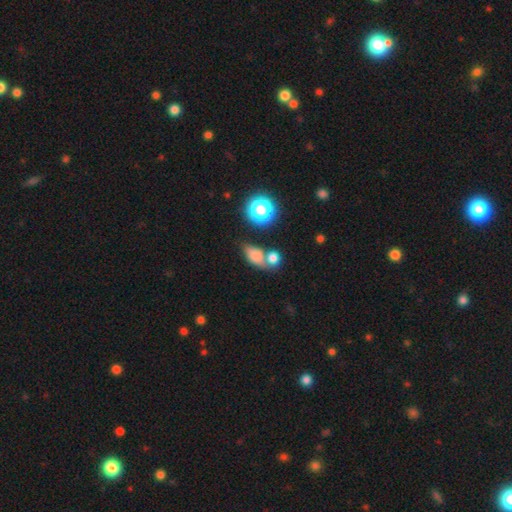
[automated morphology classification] smooth 72%, star or artifact 16%, featured or disk 11%. Down the decision tree: how rounded — in between (71%); merging — none (43%).